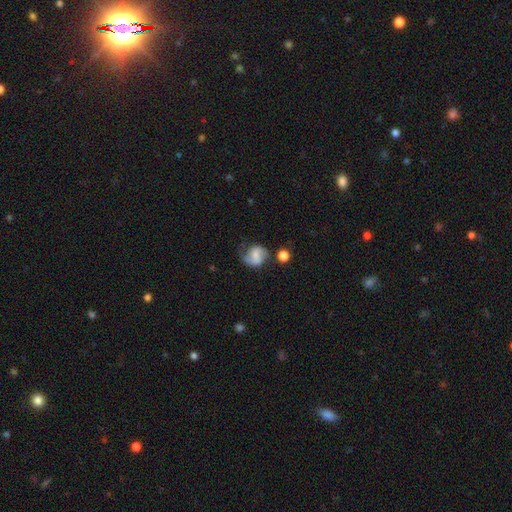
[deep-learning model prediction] Smooth or featured? featured or disk (58%)
Edge-on disk? no (97%)
Bar? weak (46%)
Spiral arms? yes (87%)
Bulge size? small (38%)
Merging? none (56%)